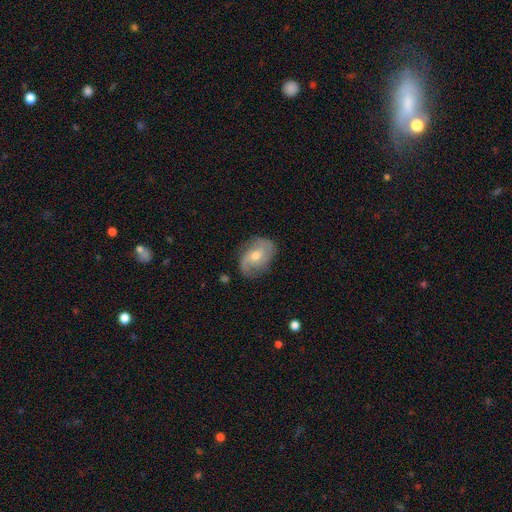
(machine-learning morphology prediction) Q: Smooth or featured?
A: featured or disk (75%); runner-up: smooth (18%)
Q: Edge-on disk?
A: no (96%); runner-up: yes (4%)
Q: Bar?
A: no (59%); runner-up: weak (34%)
Q: Spiral arms?
A: yes (92%); runner-up: no (8%)
Q: Spiral winding?
A: medium (44%); runner-up: tight (28%)
Q: Spiral arm count?
A: 2 (65%); runner-up: can't tell (14%)
Q: Bulge size?
A: moderate (62%); runner-up: small (34%)
Q: Merging?
A: none (75%); runner-up: minor disturbance (18%)